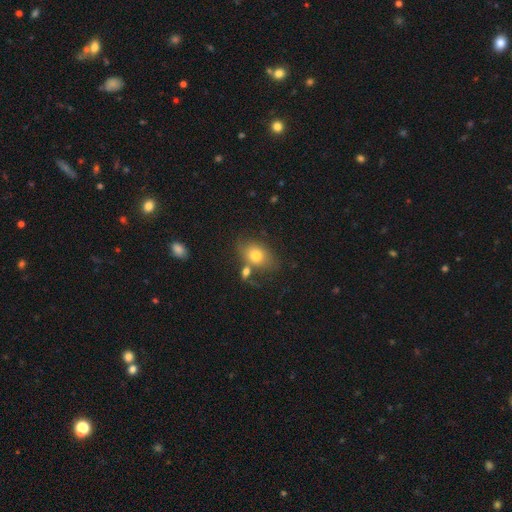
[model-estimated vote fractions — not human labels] Smooth or featured?
  - smooth: 74% *
  - featured or disk: 16%
  - star or artifact: 10%
How rounded?
  - in between: 74% *
  - round: 24%
  - cigar-shaped: 2%
Merging?
  - none: 59% *
  - merger: 19%
  - minor disturbance: 16%
  - major disturbance: 6%